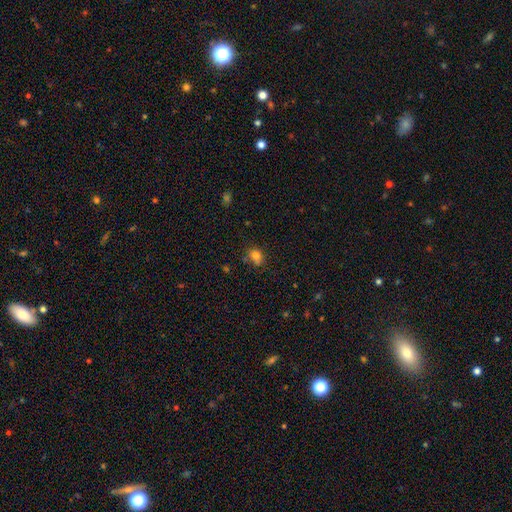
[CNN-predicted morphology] A smooth galaxy with no disk features (76%) that is round (55%). Merging: none (57%).